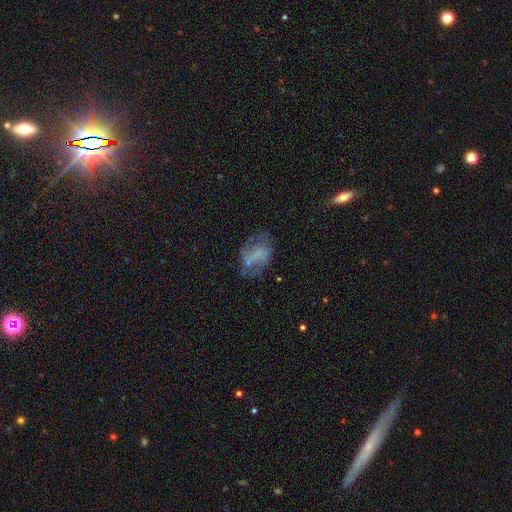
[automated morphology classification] smooth_or_featured: featured or disk (p=0.55) [alt: smooth p=0.34]
disk_edge_on: no (p=0.96) [alt: yes p=0.04]
bar: no (p=0.39) [alt: weak p=0.37]
has_spiral_arms: yes (p=0.60) [alt: no p=0.40]
bulge_size: none (p=0.63) [alt: small p=0.18]
merging: none (p=0.51) [alt: minor disturbance p=0.24]